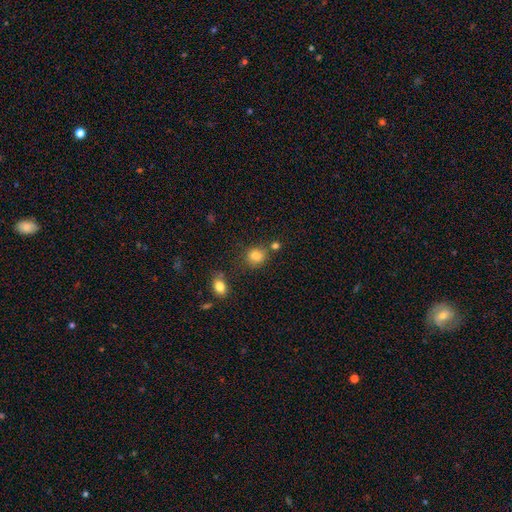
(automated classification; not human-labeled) Morphology: type=smooth (81%); roundness=round (76%); merging=none (71%).